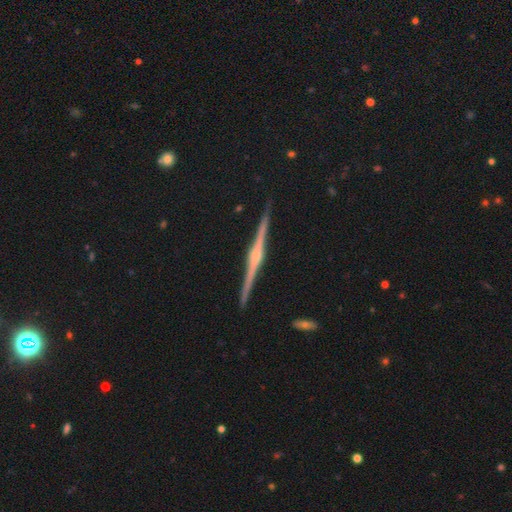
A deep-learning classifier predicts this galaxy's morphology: This appears to be a featured or disk galaxy (88%) viewed edge-on (99%) with a rounded central bulge (76%). Merging: none (92%).